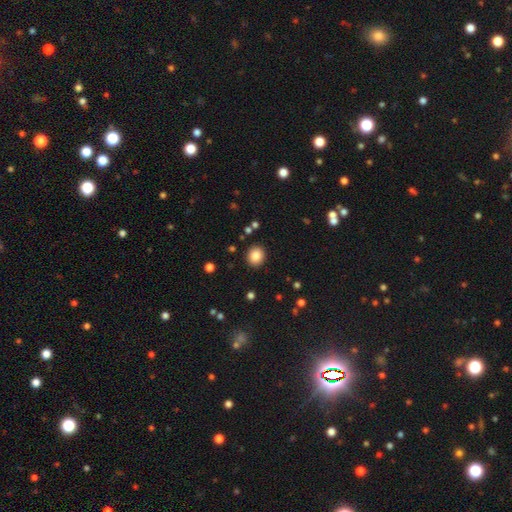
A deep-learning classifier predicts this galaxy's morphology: smooth_or_featured: smooth (p=0.86) [alt: star or artifact p=0.10]
how_rounded: round (p=0.74) [alt: in between p=0.25]
merging: none (p=0.90) [alt: minor disturbance p=0.06]